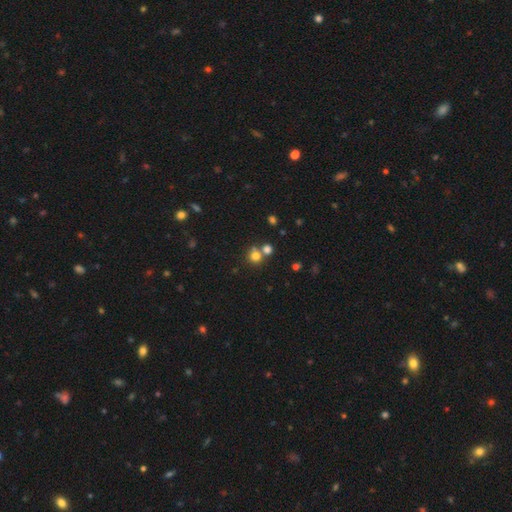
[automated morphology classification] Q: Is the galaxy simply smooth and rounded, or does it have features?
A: smooth — 75%.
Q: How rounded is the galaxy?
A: round — 89%.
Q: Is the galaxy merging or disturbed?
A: none — 55%.